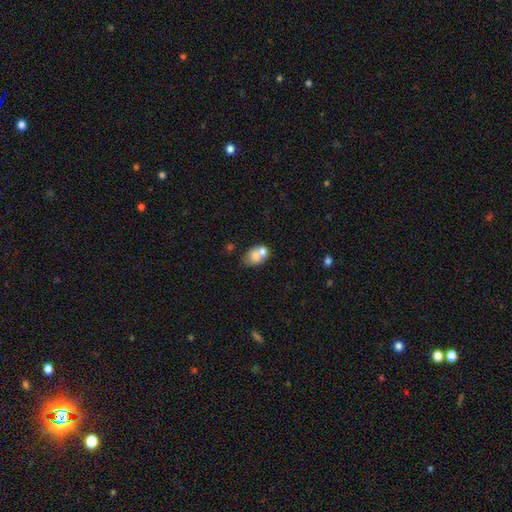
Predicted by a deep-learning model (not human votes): Smooth or featured: smooth — 69% (featured or disk — 22%)
How rounded: in between — 69% (round — 30%)
Merging: merger — 44% (none — 36%)